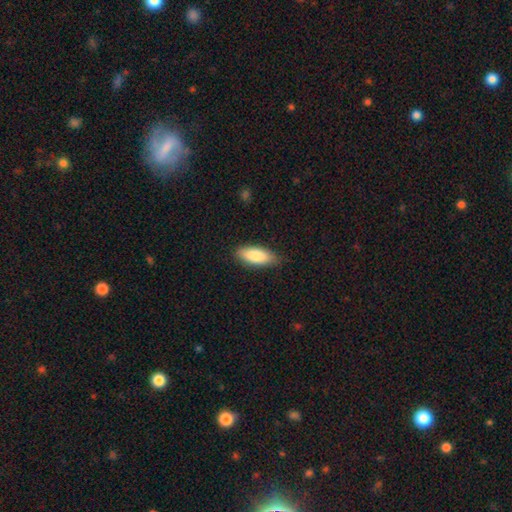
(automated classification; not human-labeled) smooth 86%, featured or disk 9%, star or artifact 6%. Down the decision tree: how rounded — in between (76%); merging — none (86%).